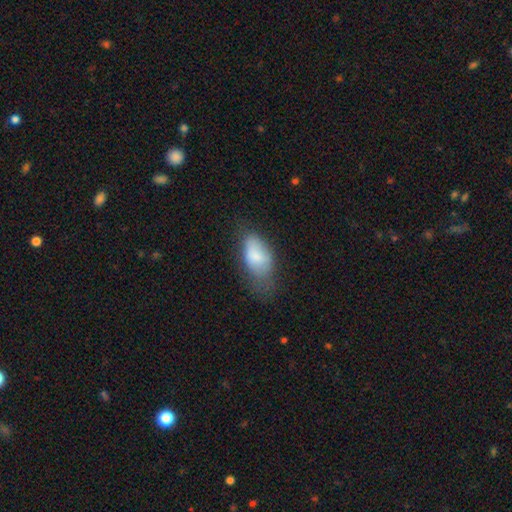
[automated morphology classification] This appears to be a smooth galaxy with no disk features (78%) that is in between round and cigar-shaped (92%). Merging: none (38%).